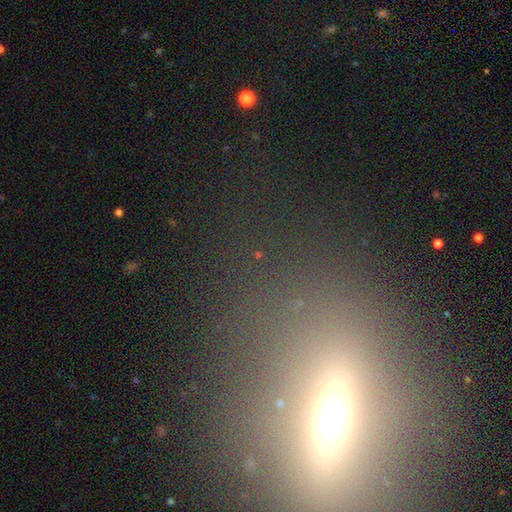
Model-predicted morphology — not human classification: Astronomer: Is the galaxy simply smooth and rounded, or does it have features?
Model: smooth — 34% (runner-up: featured or disk, 33%).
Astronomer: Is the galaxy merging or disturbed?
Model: none — 78%.